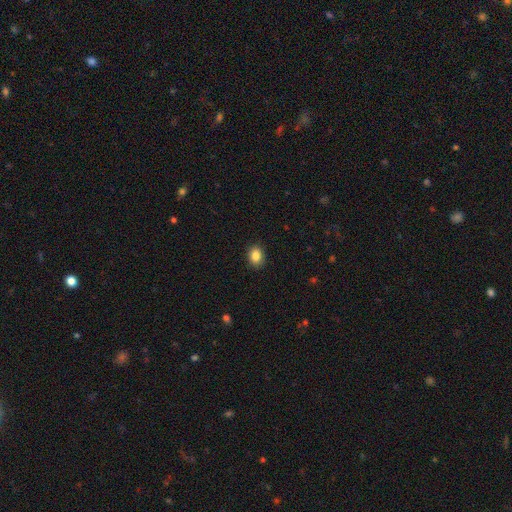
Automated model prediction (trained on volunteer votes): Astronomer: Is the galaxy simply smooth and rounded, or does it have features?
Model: smooth — 86%.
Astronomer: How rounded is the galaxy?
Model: in between — 60% (runner-up: round, 39%).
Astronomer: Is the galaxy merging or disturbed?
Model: none — 89%.